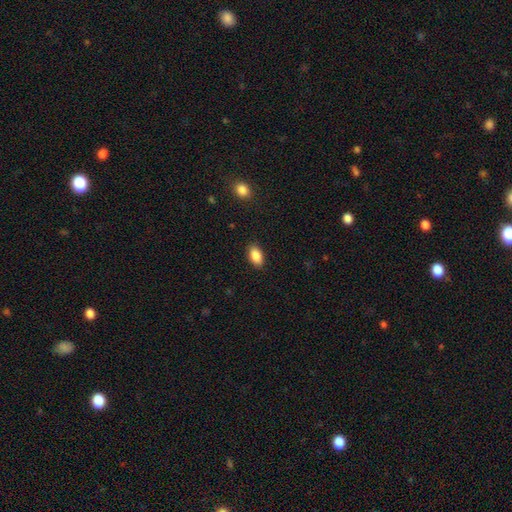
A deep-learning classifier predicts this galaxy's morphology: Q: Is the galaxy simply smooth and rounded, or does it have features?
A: smooth — 88%.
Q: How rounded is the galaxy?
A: in between — 92%.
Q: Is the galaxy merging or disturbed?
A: none — 88%.